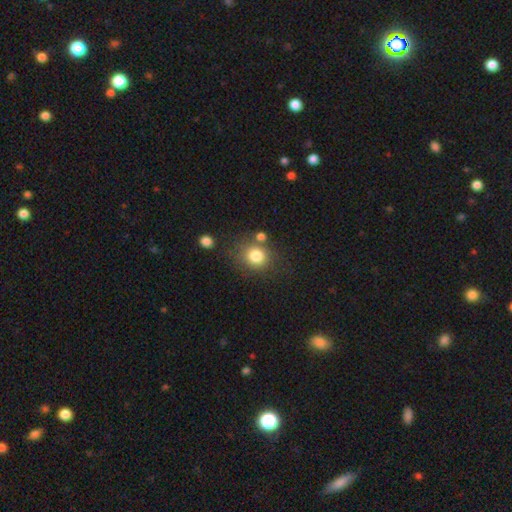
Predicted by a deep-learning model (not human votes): A smooth galaxy with no disk features (81%) that is round (82%). Merging: none (71%).